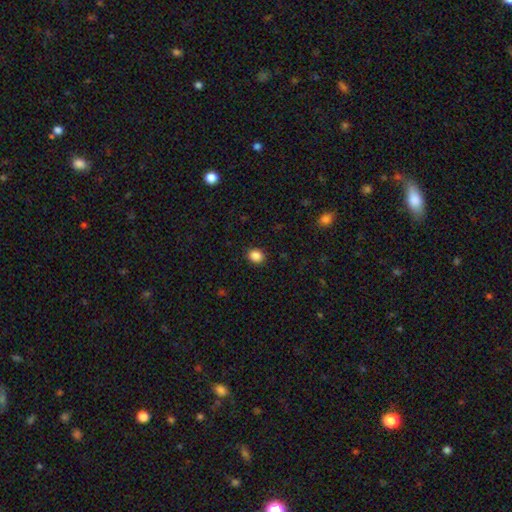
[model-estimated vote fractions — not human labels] This appears to be a smooth galaxy with no disk features (88%) that is round (57%). Merging: none (90%).